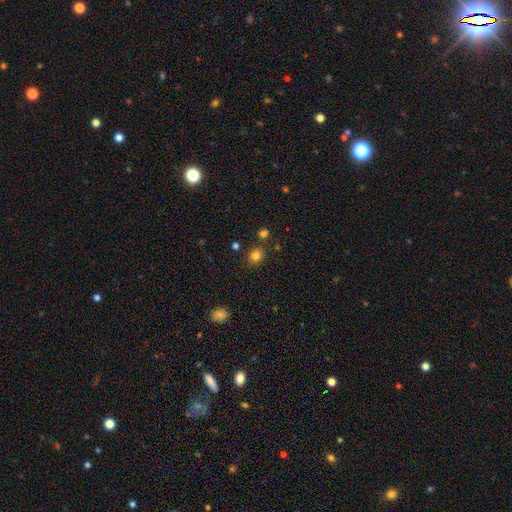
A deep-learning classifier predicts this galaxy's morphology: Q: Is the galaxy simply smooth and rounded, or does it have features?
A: smooth — 80%.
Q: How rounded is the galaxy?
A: round — 76%.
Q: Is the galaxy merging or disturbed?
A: none — 84%.